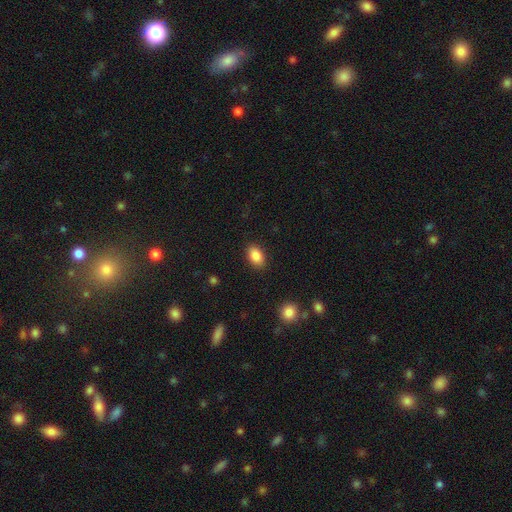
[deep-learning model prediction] A smooth galaxy with no disk features (88%) that is in between round and cigar-shaped (90%). Merging: none (88%).